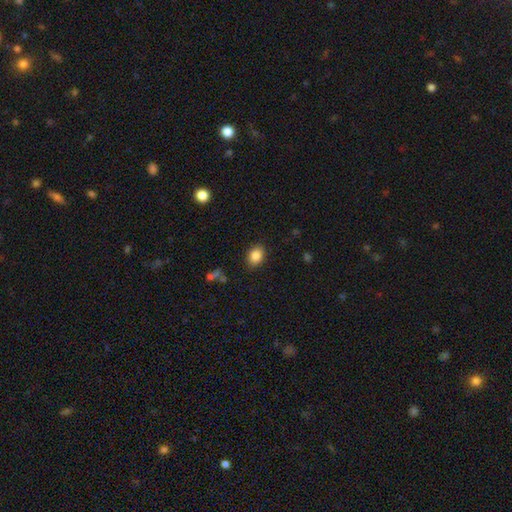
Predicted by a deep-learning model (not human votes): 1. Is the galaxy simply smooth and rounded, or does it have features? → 85% smooth, 9% star or artifact, 5% featured or disk.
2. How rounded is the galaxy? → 66% in between, 33% round, 1% cigar-shaped.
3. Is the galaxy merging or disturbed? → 85% none, 10% minor disturbance, 3% major disturbance, 1% merger.